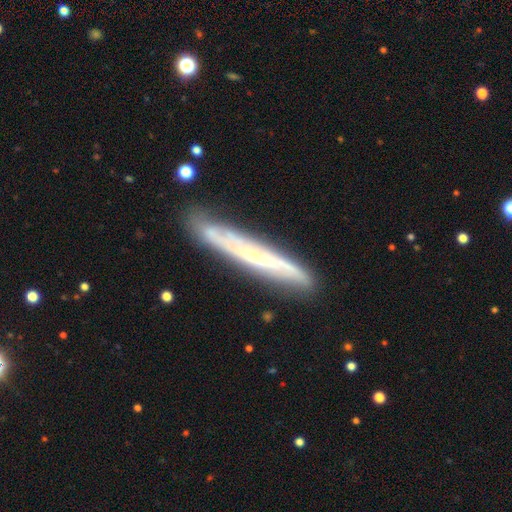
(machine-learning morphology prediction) smooth-or-featured: featured or disk: 65% | smooth: 28% | star or artifact: 7%
  disk-edge-on: yes: 74% | no: 26%
  merging: none: 81% | minor disturbance: 14% | major disturbance: 3% | merger: 3%